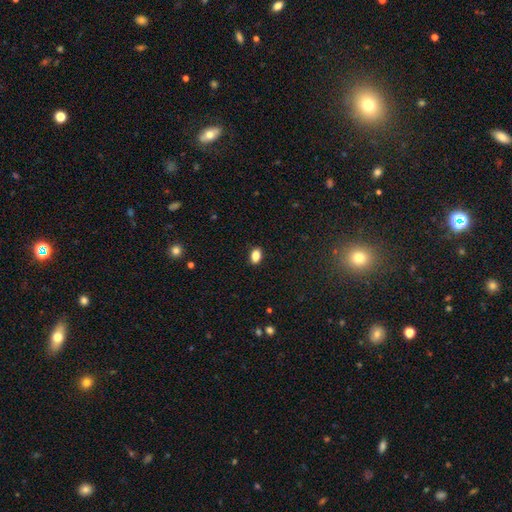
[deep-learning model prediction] Smooth or featured? Predicted: smooth (p=0.86). How rounded? Predicted: in between (p=0.85). Merging? Predicted: none (p=0.89).